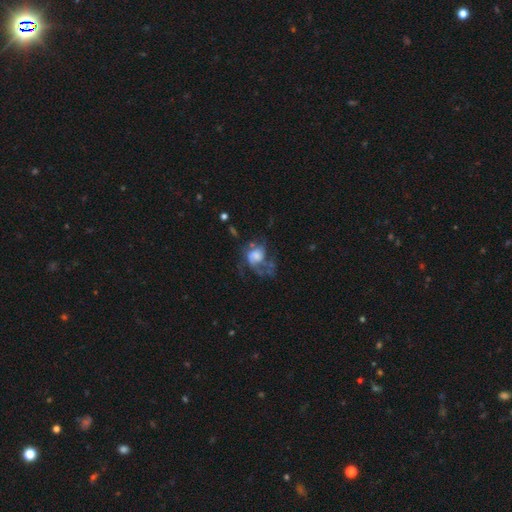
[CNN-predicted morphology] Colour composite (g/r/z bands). It shows a featured or disk galaxy (58%) with no bar (75%), spiral arms (67%) and a large central bulge (34%). Merging: major disturbance (44%).